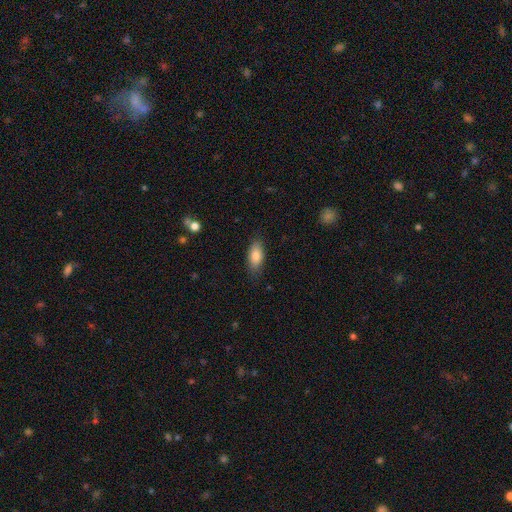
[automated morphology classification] smooth_or_featured: smooth (p=0.84) [alt: featured or disk p=0.09]
how_rounded: in between (p=0.86) [alt: cigar-shaped p=0.11]
merging: none (p=0.83) [alt: minor disturbance p=0.13]